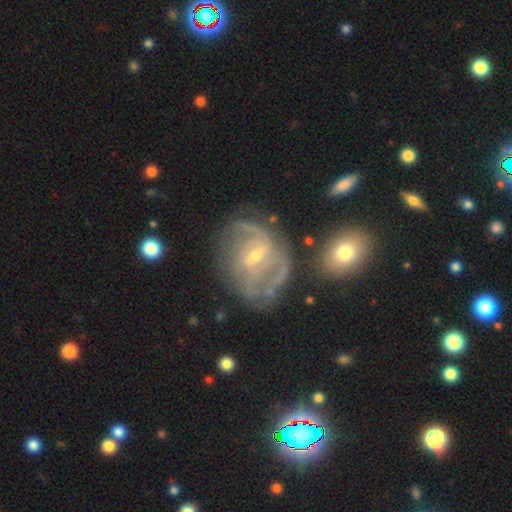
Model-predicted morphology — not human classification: Q: Smooth or featured?
A: featured or disk (85%); runner-up: smooth (8%)
Q: Edge-on disk?
A: no (97%); runner-up: yes (3%)
Q: Bar?
A: weak (55%); runner-up: strong (24%)
Q: Spiral arms?
A: yes (92%); runner-up: no (8%)
Q: Spiral winding?
A: medium (45%); runner-up: tight (34%)
Q: Spiral arm count?
A: 2 (40%); runner-up: can't tell (24%)
Q: Bulge size?
A: small (62%); runner-up: moderate (33%)
Q: Merging?
A: none (53%); runner-up: minor disturbance (21%)